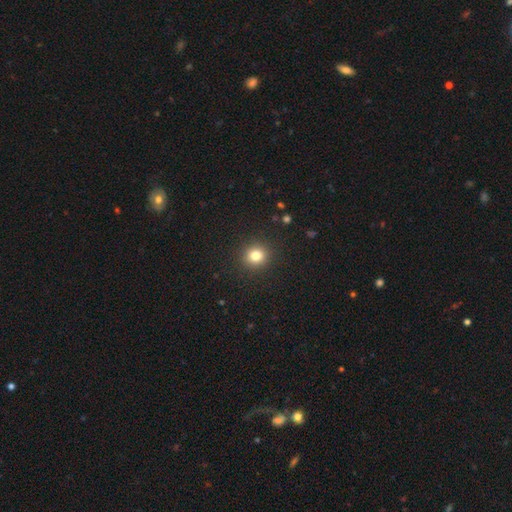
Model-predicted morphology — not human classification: Q: Smooth or featured?
A: smooth (81%); runner-up: star or artifact (13%)
Q: How rounded?
A: round (86%); runner-up: in between (13%)
Q: Merging?
A: none (90%); runner-up: minor disturbance (6%)